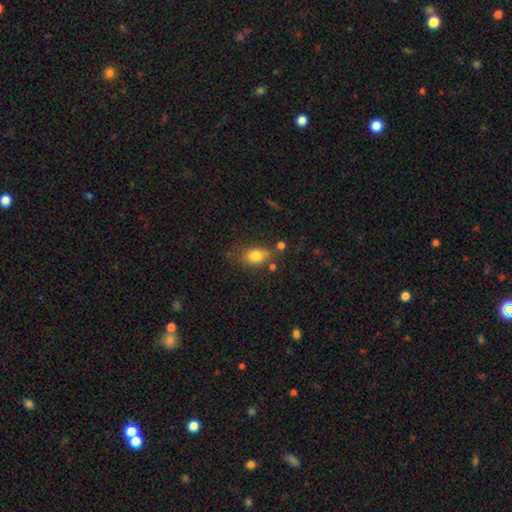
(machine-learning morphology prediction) The model was most divided on "merging": none: 61%, minor disturbance: 21%, merger: 10%, major disturbance: 8%. More confident: smooth or featured — smooth (80%); how rounded — in between (76%).